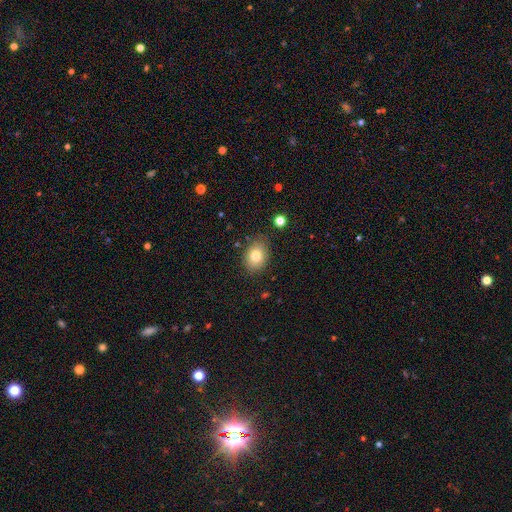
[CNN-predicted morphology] Smooth or featured? smooth (81%)
How rounded? in between (65%)
Merging? none (82%)